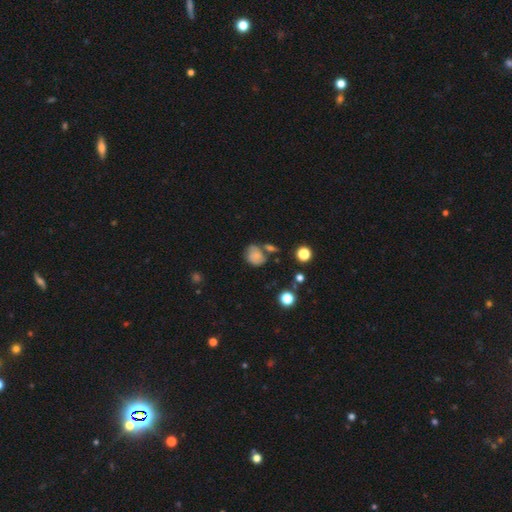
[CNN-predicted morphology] Overall: smooth (56%; featured or disk 33%). How rounded: round (57%; in between 41%). Merging: none (48%; minor disturbance 23%).